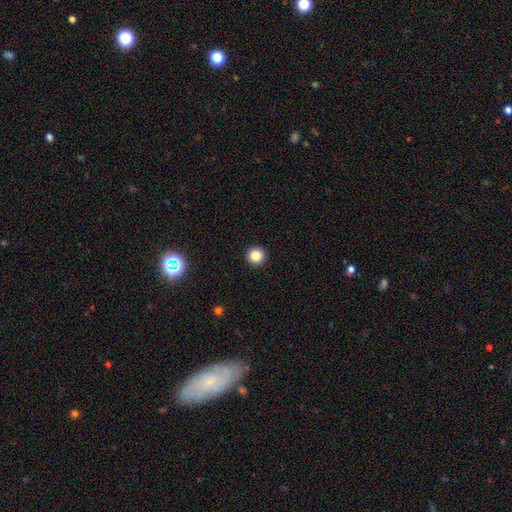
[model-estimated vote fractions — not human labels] Q: Smooth or featured?
A: smooth (85%); runner-up: star or artifact (11%)
Q: How rounded?
A: round (96%); runner-up: in between (3%)
Q: Merging?
A: none (94%); runner-up: minor disturbance (4%)